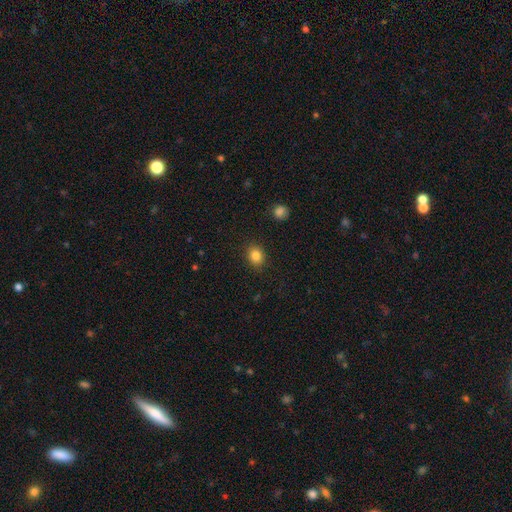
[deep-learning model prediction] Overall: smooth (84%). How rounded: round (61%; in between 38%). Merging: none (89%).